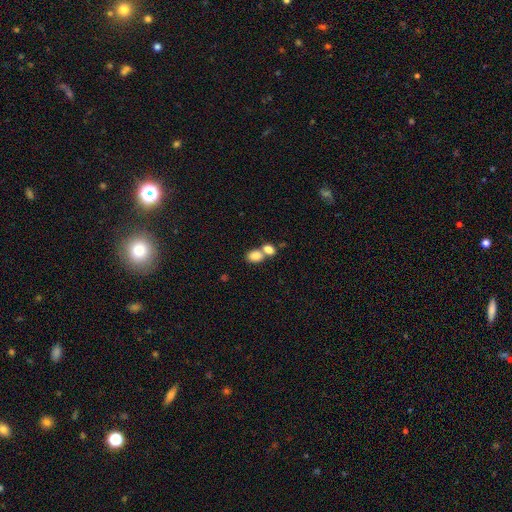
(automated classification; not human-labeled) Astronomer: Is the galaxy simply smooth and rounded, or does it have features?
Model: smooth — 83%.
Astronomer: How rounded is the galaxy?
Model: in between — 70%.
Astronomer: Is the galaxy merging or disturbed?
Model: merger — 57% (runner-up: none, 33%).